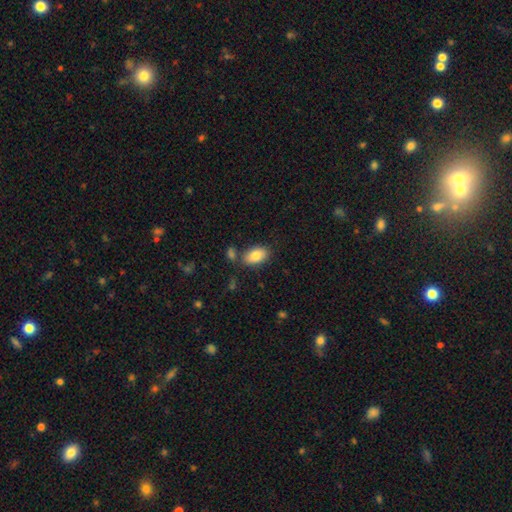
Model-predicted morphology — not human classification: Smooth or featured? Predicted: smooth (p=0.83). How rounded? Predicted: in between (p=0.93). Merging? Predicted: none (p=0.78).